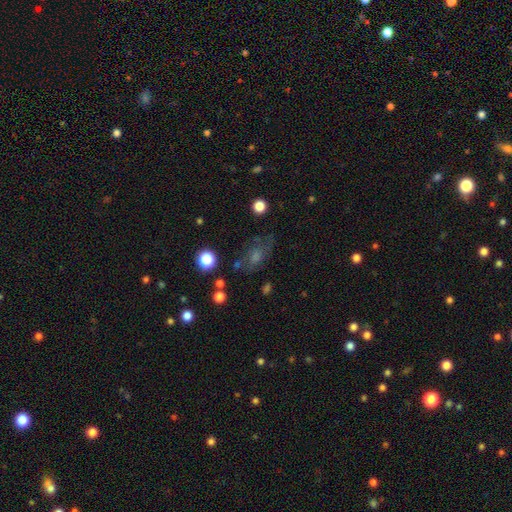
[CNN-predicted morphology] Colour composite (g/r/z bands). It shows a smooth galaxy with no disk features (42%). Merging: none (59%).